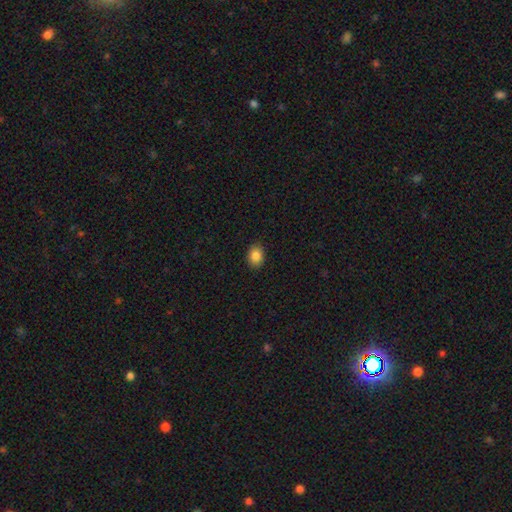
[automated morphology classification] Smooth or featured? Predicted: smooth (p=0.85). How rounded? Predicted: in between (p=0.66). Merging? Predicted: none (p=0.89).